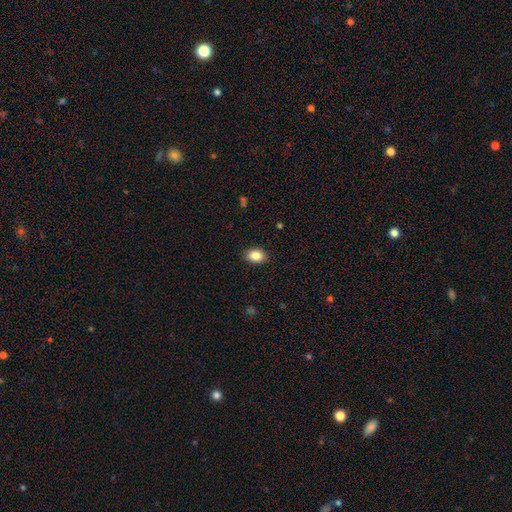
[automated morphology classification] smooth-or-featured: smooth: 86% | star or artifact: 8% | featured or disk: 5%
  how-rounded: in between: 80% | round: 19% | cigar-shaped: 1%
  merging: none: 89% | minor disturbance: 8% | major disturbance: 2% | merger: 1%